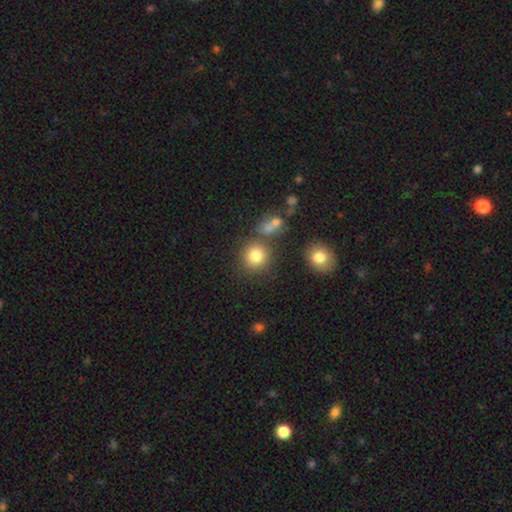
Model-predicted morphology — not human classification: A smooth galaxy with no disk features (80%) that is round (88%).

Vote fractions:
- Smooth or featured? smooth: 80% / star or artifact: 12% / featured or disk: 7%
- How rounded? round: 88% / in between: 11% / cigar-shaped: 1%
- Merging? none: 75% / merger: 12% / minor disturbance: 9% / major disturbance: 4%